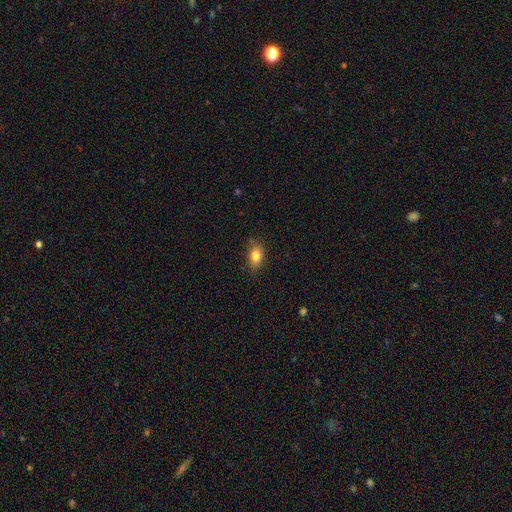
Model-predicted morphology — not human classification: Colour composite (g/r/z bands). It shows a smooth galaxy with no disk features (83%) that is in between round and cigar-shaped (85%). Merging: none (79%).